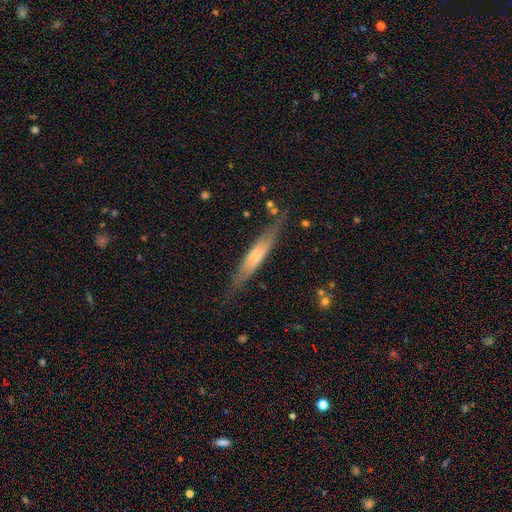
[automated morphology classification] type=featured or disk (49%); merging=none (78%).